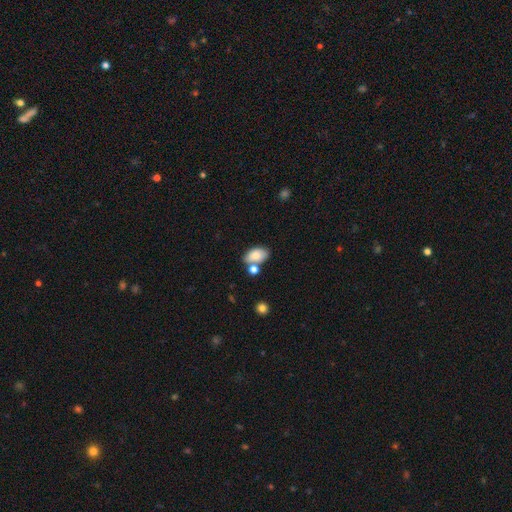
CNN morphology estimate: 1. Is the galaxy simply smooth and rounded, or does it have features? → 79% smooth, 13% featured or disk, 8% star or artifact.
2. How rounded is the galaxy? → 90% in between, 8% round, 2% cigar-shaped.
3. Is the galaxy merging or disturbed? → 58% none, 21% merger, 16% minor disturbance, 4% major disturbance.